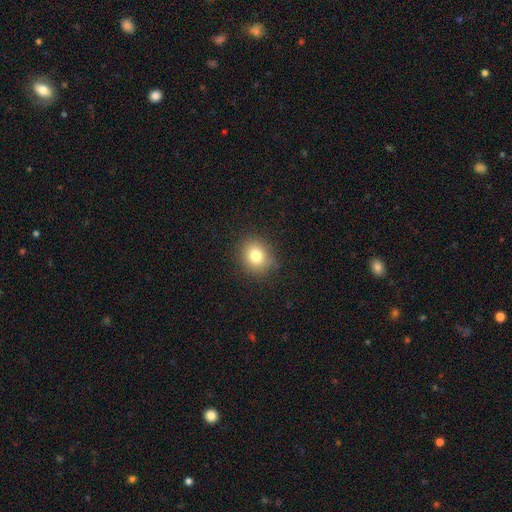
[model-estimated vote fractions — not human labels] A smooth galaxy with no disk features (79%) that is round (67%). Merging: none (82%).